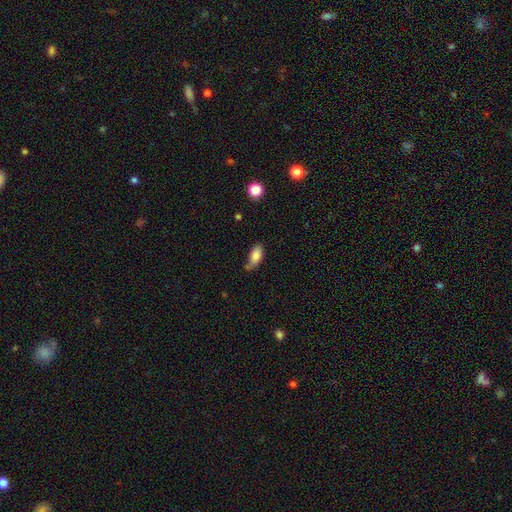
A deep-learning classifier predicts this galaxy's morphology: The model was most divided on "merging": none: 62%, minor disturbance: 24%, merger: 9%, major disturbance: 5%. More confident: how rounded — in between (90%); smooth or featured — smooth (83%).